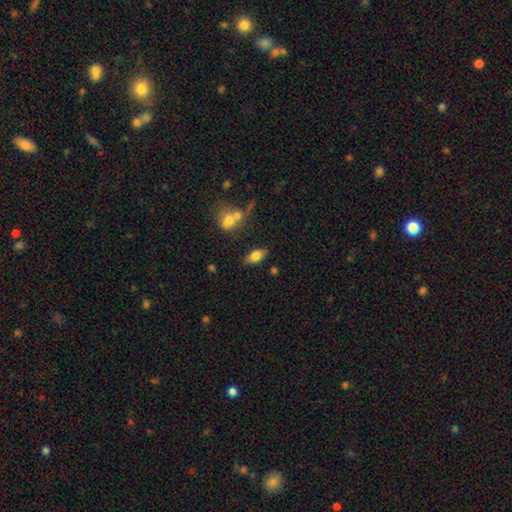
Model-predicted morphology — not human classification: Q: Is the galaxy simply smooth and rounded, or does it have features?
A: smooth — 76%.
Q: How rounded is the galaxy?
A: in between — 87%.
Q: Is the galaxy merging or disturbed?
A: none — 79%.